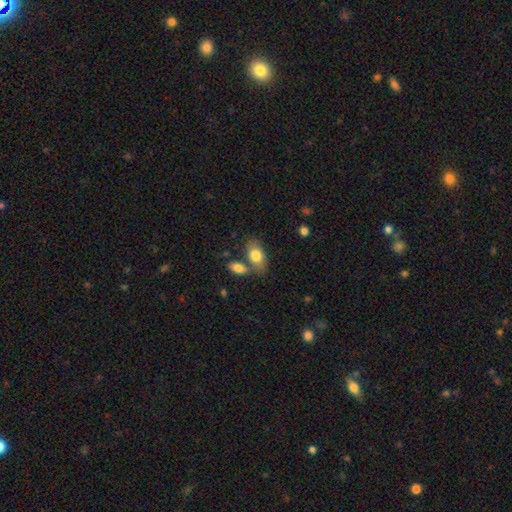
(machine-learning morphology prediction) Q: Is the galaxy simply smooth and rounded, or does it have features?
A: smooth — 79%.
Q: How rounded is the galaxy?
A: in between — 90%.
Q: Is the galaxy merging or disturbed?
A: none — 55%.